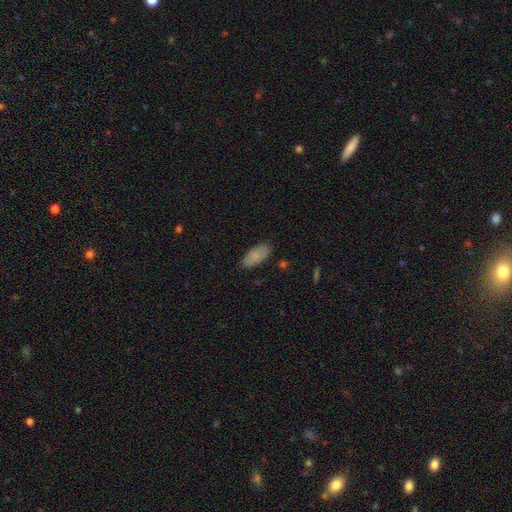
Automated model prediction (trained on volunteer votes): A smooth galaxy with no disk features (84%) that is in between round and cigar-shaped (91%).

Vote fractions:
- Smooth or featured? smooth: 84% / featured or disk: 10% / star or artifact: 7%
- How rounded? in between: 91% / cigar-shaped: 8% / round: 2%
- Merging? none: 84% / minor disturbance: 12% / major disturbance: 2% / merger: 1%